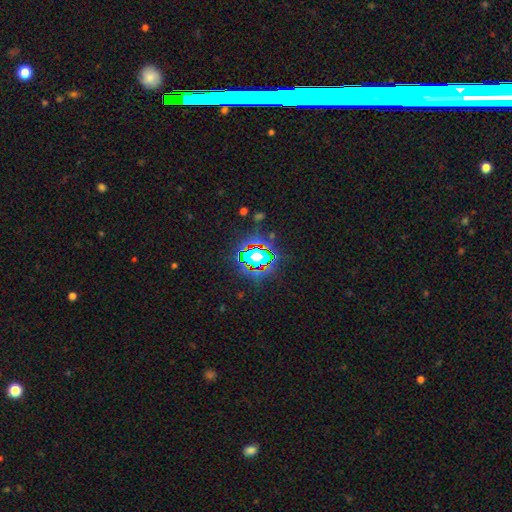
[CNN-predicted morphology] smooth_or_featured: star or artifact (p=0.74) [alt: smooth p=0.13]